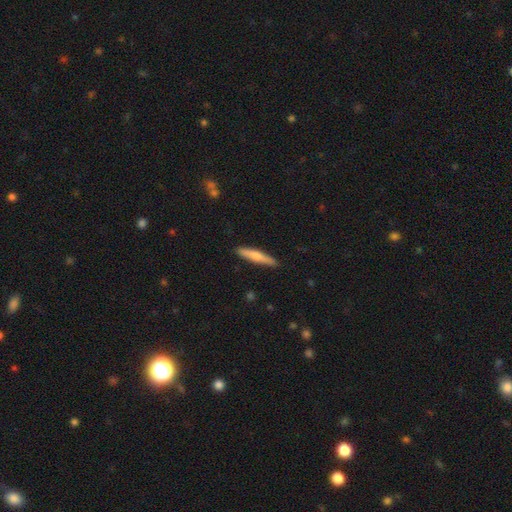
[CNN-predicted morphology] Smooth or featured: smooth — 65% (featured or disk — 29%)
How rounded: cigar-shaped — 90% (in between — 8%)
Merging: none — 88% (minor disturbance — 9%)